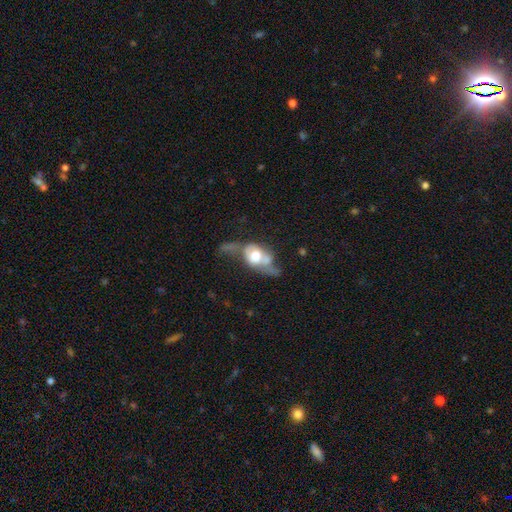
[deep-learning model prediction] A smooth galaxy with no disk features (48%). Merging: major disturbance (35%).